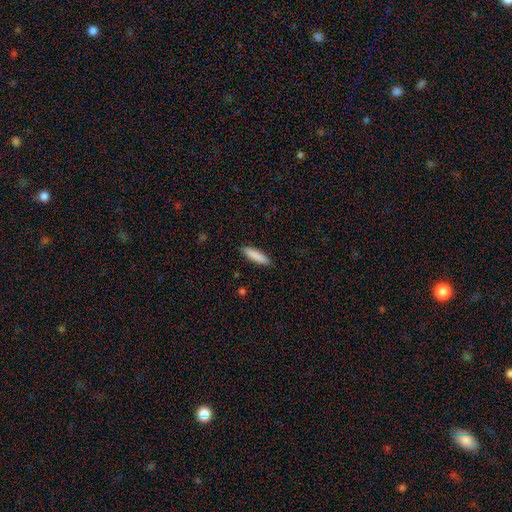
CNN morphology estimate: smooth 87%, featured or disk 7%, star or artifact 6%. Down the decision tree: how rounded — cigar-shaped (71%); merging — none (89%).